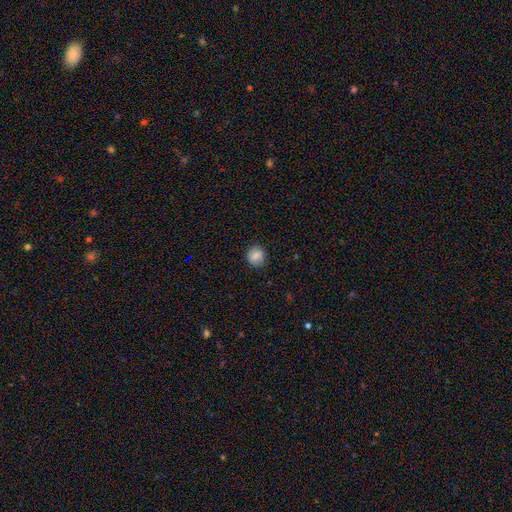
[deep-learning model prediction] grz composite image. It shows a smooth galaxy with no disk features (84%) that is round (86%). Merging: none (87%).